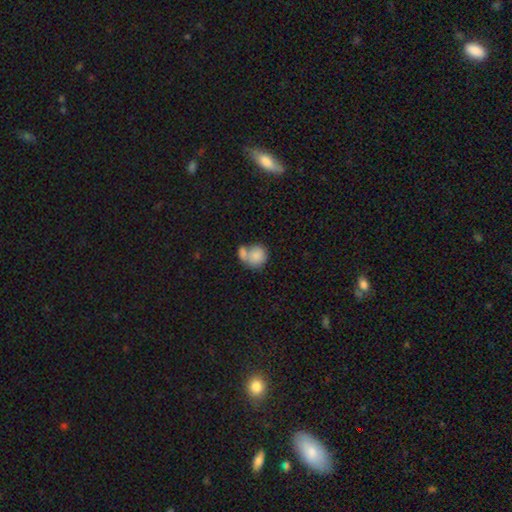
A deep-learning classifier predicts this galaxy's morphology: smooth-or-featured: smooth: 82% | featured or disk: 11% | star or artifact: 7%
  how-rounded: round: 77% | in between: 21% | cigar-shaped: 1%
  merging: merger: 51% | none: 32% | minor disturbance: 11% | major disturbance: 6%